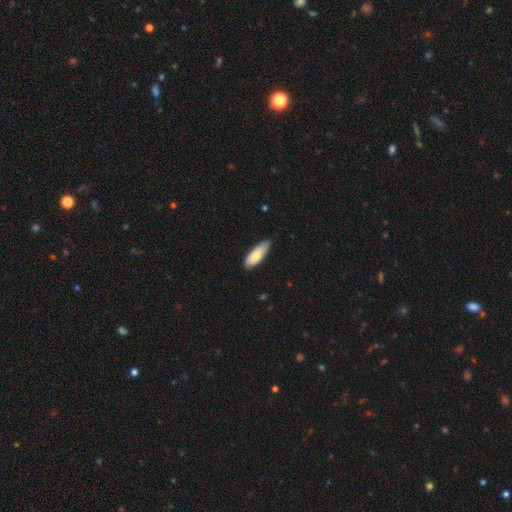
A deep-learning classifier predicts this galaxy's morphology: Smooth or featured: smooth — 80% (featured or disk — 14%)
How rounded: in between — 70% (cigar-shaped — 29%)
Merging: none — 77% (minor disturbance — 20%)